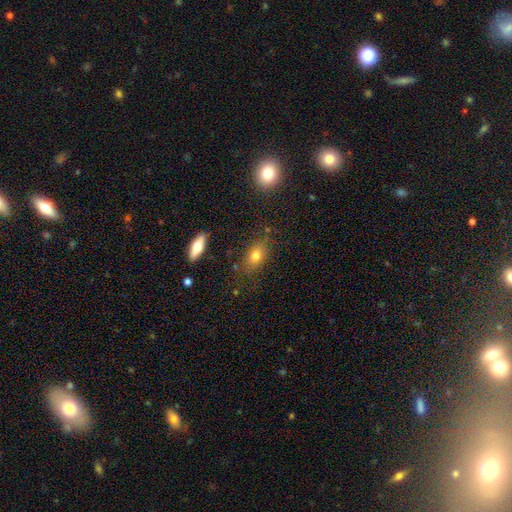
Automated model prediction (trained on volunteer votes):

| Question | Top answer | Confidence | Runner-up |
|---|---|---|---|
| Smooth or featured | smooth | 74% | featured or disk (14%) |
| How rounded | in between | 78% | round (18%) |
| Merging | none | 78% | minor disturbance (14%) |